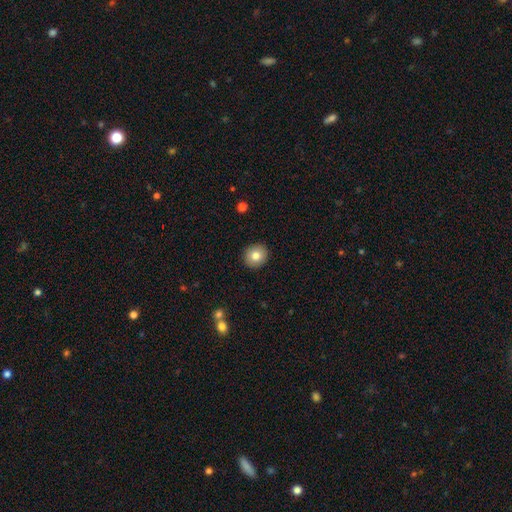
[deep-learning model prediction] smooth 80%, featured or disk 11%, star or artifact 9%. Down the decision tree: how rounded — round (90%); merging — none (92%).